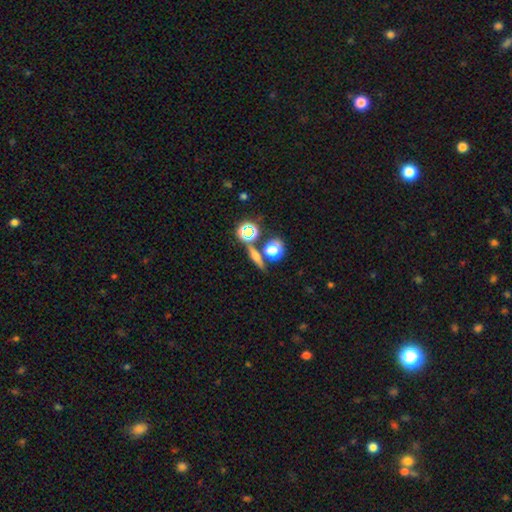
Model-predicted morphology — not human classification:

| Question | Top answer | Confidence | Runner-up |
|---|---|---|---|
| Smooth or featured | smooth | 49% | featured or disk (28%) |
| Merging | none | 71% | merger (16%) |